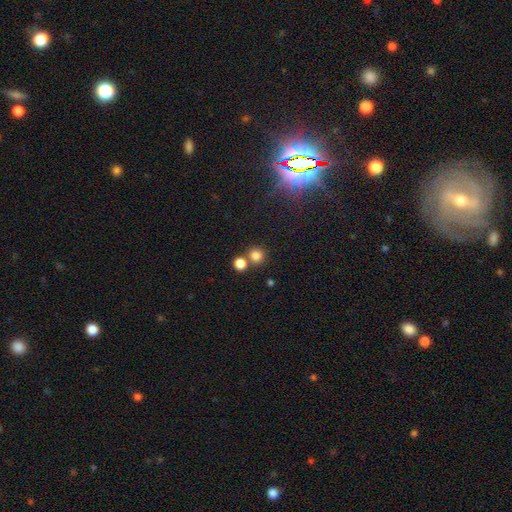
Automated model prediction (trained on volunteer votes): Smooth or featured?
  - smooth: 81% *
  - star or artifact: 14%
  - featured or disk: 6%
How rounded?
  - round: 91% *
  - in between: 8%
  - cigar-shaped: 1%
Merging?
  - none: 65% *
  - merger: 25%
  - minor disturbance: 7%
  - major disturbance: 3%